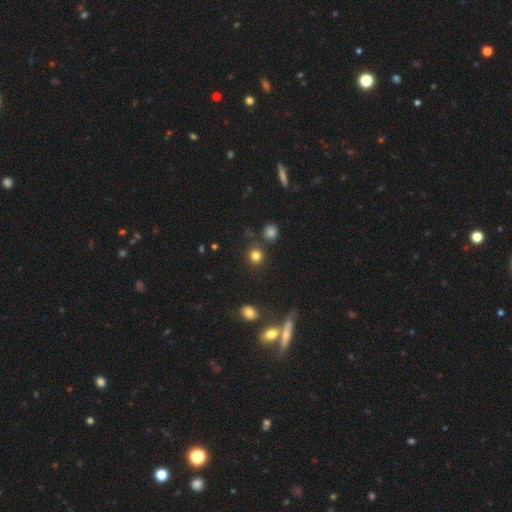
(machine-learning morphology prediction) This is likely a smooth galaxy (80%). How rounded: clearly round (89%). Merging: clearly none (82%).